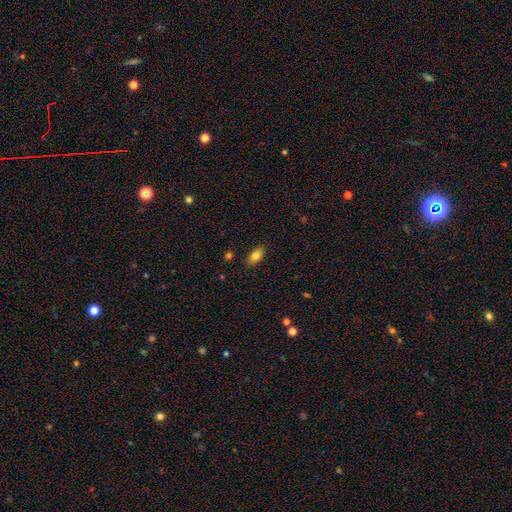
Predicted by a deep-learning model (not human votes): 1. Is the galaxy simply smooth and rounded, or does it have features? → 83% smooth, 9% featured or disk, 8% star or artifact.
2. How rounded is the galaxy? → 89% in between, 6% cigar-shaped, 5% round.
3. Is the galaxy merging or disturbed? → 86% none, 11% minor disturbance, 2% major disturbance, 1% merger.